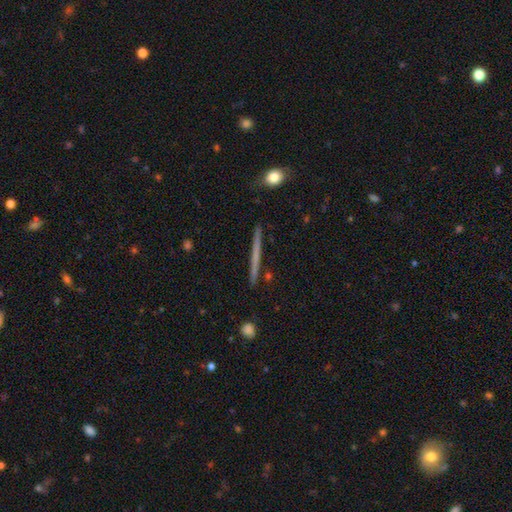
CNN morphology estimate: This appears to be a featured or disk galaxy (51%) viewed edge-on (97%). Merging: none (91%).